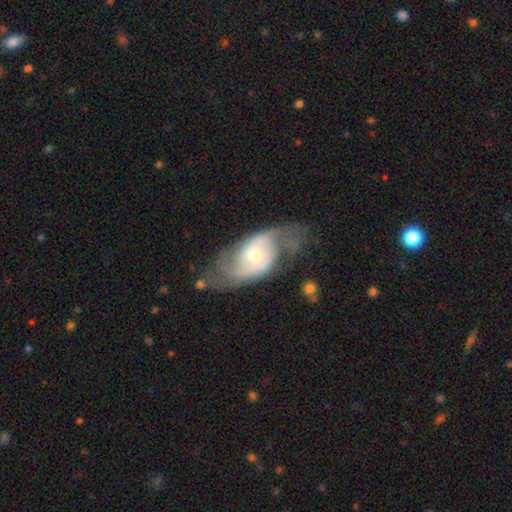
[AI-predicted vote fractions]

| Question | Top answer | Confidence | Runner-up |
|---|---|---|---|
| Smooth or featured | featured or disk | 84% | smooth (11%) |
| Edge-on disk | no | 96% | yes (4%) |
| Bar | no | 48% | weak (39%) |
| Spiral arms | yes | 94% | no (6%) |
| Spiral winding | medium | 46% | loose (35%) |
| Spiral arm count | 2 | 84% | can't tell (7%) |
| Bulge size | small | 56% | moderate (37%) |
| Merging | none | 61% | minor disturbance (20%) |